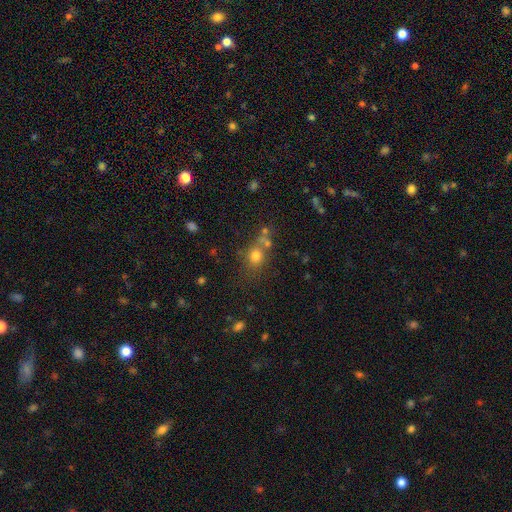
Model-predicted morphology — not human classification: smooth 70%, star or artifact 18%, featured or disk 11%. Down the decision tree: how rounded — round (71%); merging — none (57%).